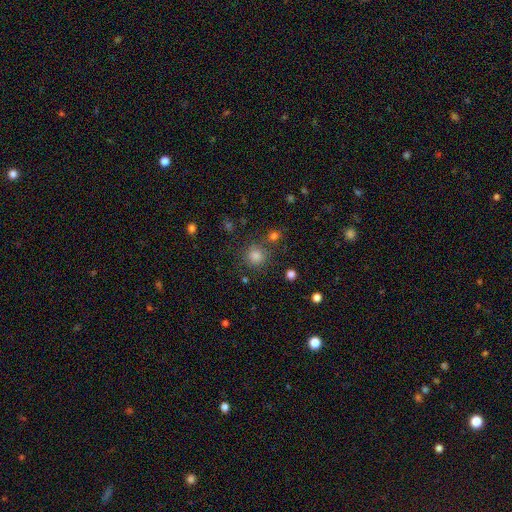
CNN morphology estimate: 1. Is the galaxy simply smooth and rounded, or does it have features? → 76% smooth, 19% star or artifact, 5% featured or disk.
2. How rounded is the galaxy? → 92% round, 7% in between, 1% cigar-shaped.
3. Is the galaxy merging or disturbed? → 80% none, 9% merger, 8% minor disturbance, 3% major disturbance.